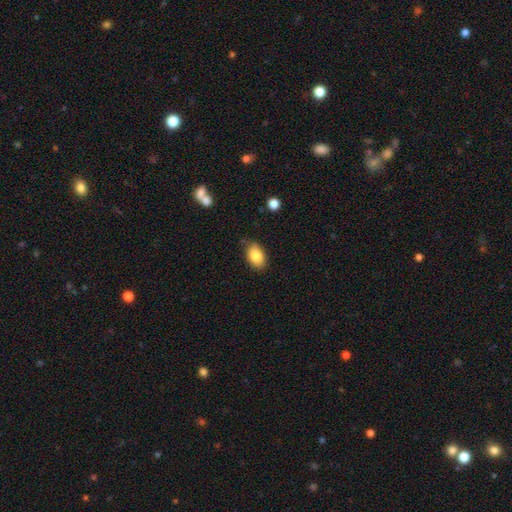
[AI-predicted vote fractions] A smooth galaxy with no disk features (85%) that is in between round and cigar-shaped (89%). Merging: none (80%).